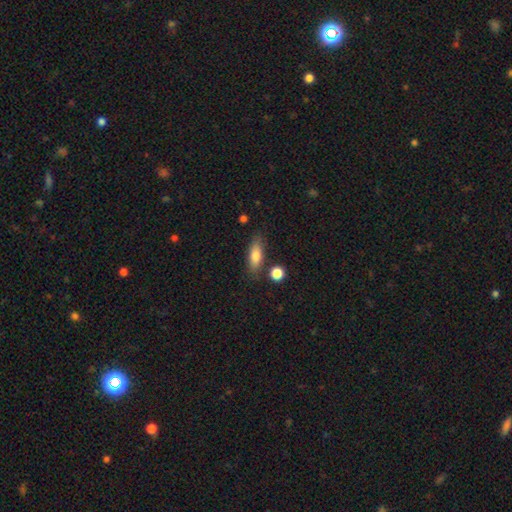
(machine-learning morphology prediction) A smooth galaxy with no disk features (78%) that is in between round and cigar-shaped (63%).

Vote fractions:
- Smooth or featured? smooth: 78% / featured or disk: 15% / star or artifact: 7%
- How rounded? in between: 63% / cigar-shaped: 33% / round: 4%
- Merging? none: 78% / minor disturbance: 14% / merger: 5% / major disturbance: 3%